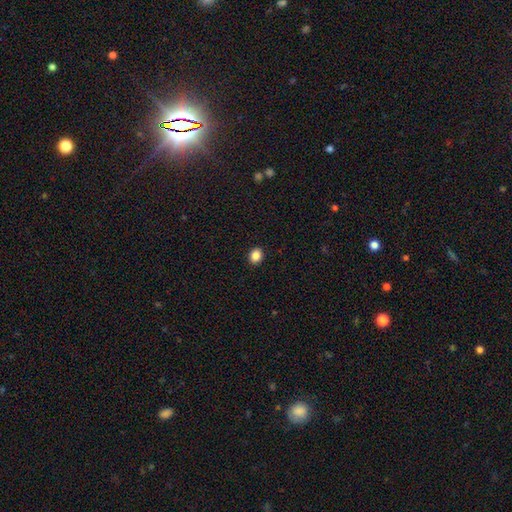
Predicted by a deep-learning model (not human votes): smooth 87%, star or artifact 10%, featured or disk 3%. Down the decision tree: how rounded — round (62%); merging — none (92%).